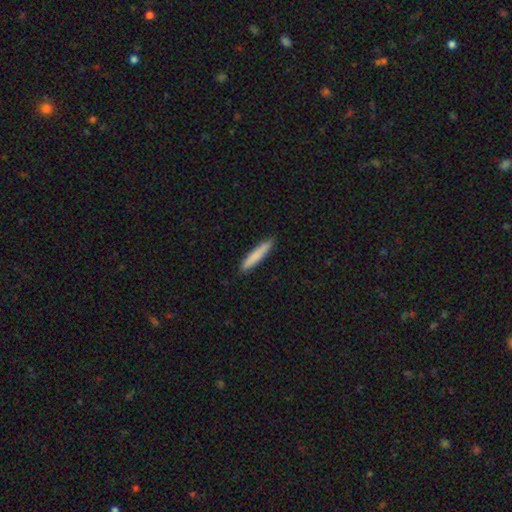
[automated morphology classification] smooth_or_featured: smooth (p=0.83) [alt: featured or disk p=0.12]
how_rounded: cigar-shaped (p=0.93) [alt: in between p=0.06]
merging: none (p=0.90) [alt: minor disturbance p=0.08]